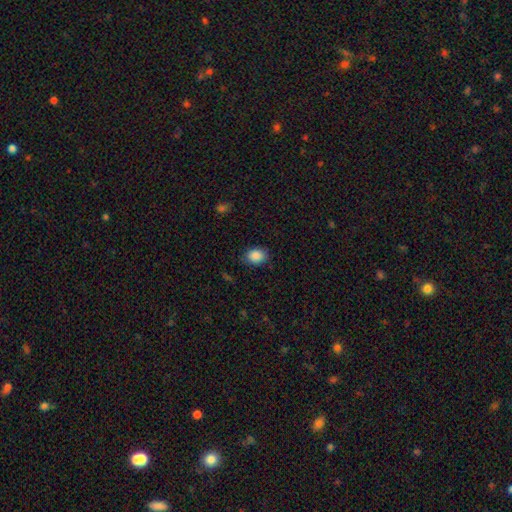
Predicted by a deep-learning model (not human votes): Morphology: type=smooth (88%); roundness=in between (66%); merging=none (82%).